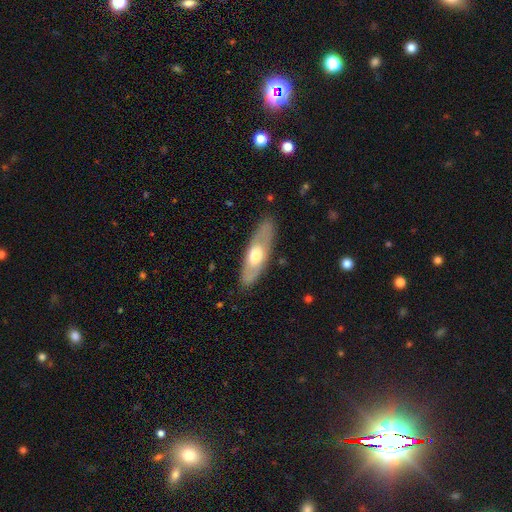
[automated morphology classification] This is possibly a smooth galaxy (49%). Merging: clearly none (84%).